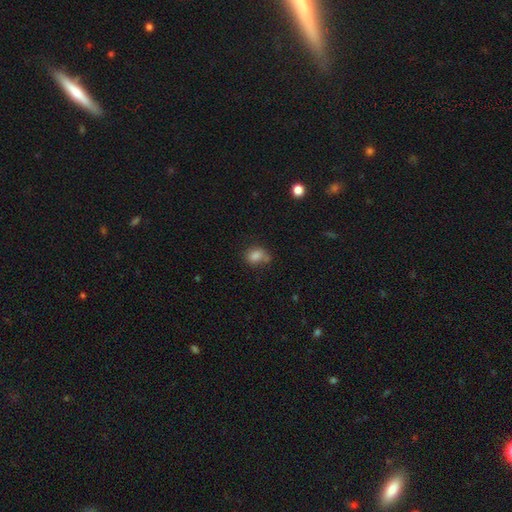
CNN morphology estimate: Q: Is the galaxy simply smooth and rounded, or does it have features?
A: smooth — 81%.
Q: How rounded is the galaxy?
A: in between — 60%.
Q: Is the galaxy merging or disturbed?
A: none — 49%.